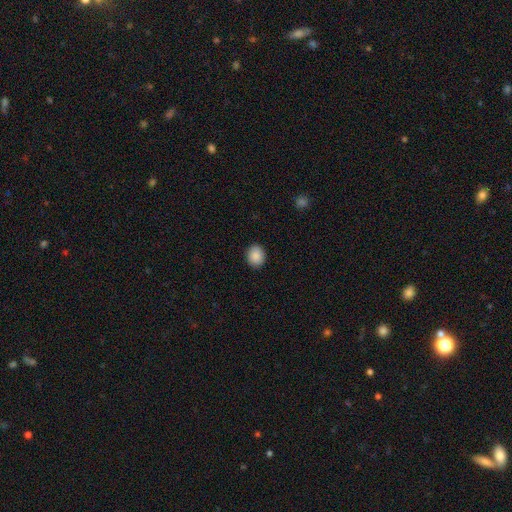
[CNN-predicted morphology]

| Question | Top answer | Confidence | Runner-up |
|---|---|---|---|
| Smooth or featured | smooth | 89% | star or artifact (8%) |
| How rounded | round | 60% | in between (39%) |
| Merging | none | 90% | minor disturbance (7%) |